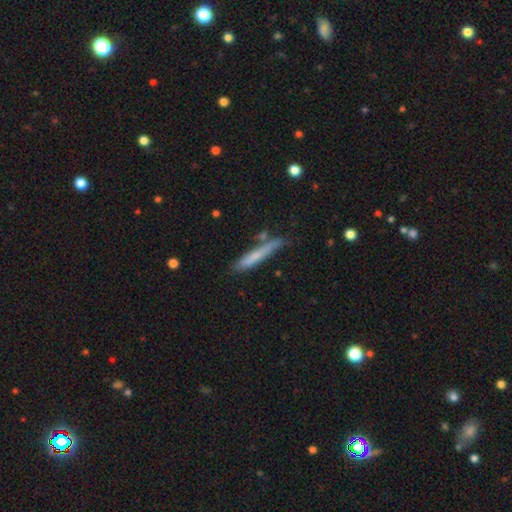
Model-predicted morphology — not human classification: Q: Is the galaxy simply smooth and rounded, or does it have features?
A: smooth — 63%.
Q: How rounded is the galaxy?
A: cigar-shaped — 94%.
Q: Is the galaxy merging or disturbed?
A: none — 72%.